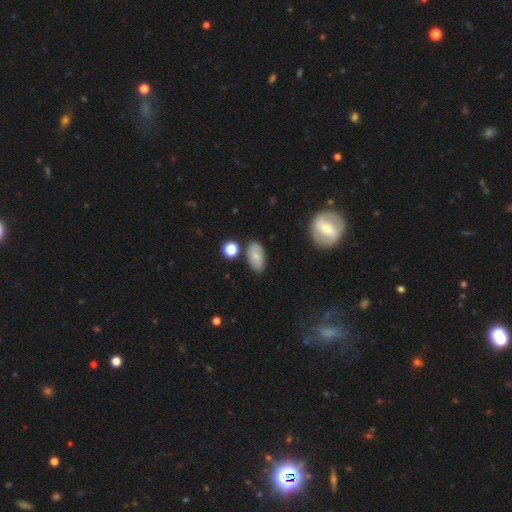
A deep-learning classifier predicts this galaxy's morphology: smooth-or-featured: smooth: 70% | featured or disk: 21% | star or artifact: 9%
  how-rounded: in between: 91% | round: 6% | cigar-shaped: 2%
  merging: none: 74% | minor disturbance: 16% | merger: 5% | major disturbance: 4%